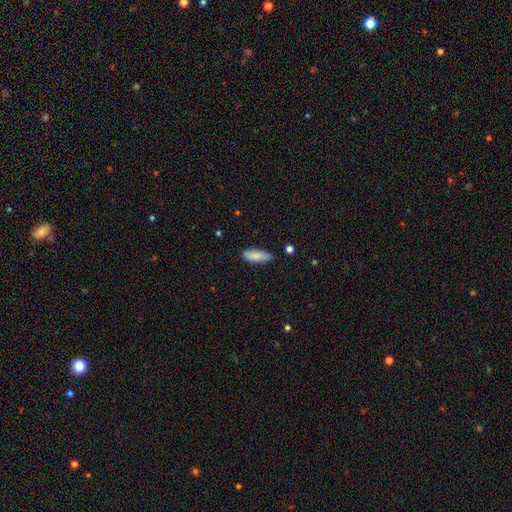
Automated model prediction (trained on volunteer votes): smooth 83%, featured or disk 11%, star or artifact 6%. Down the decision tree: how rounded — in between (62%); merging — none (79%).